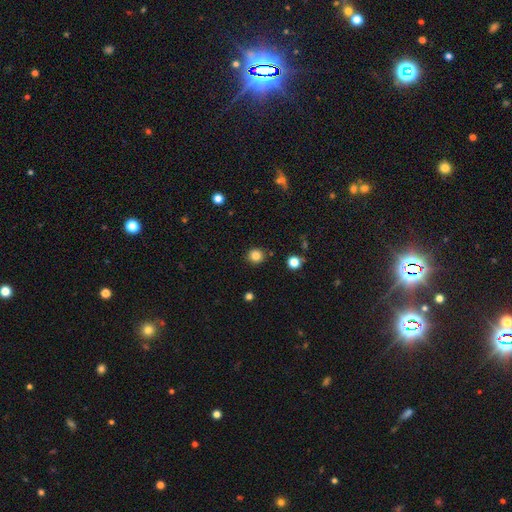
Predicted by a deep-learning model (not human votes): Overall: smooth (83%). How rounded: round (93%). Merging: none (90%).